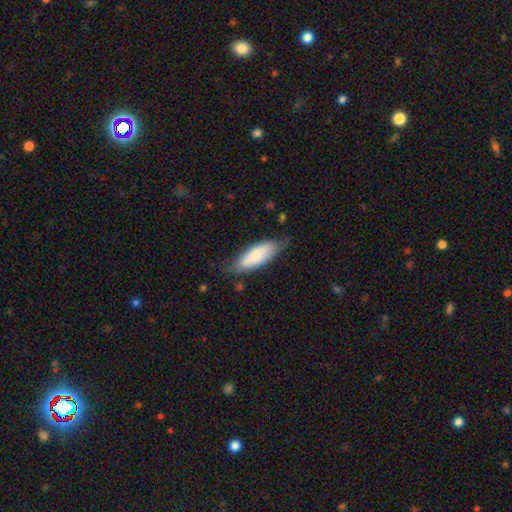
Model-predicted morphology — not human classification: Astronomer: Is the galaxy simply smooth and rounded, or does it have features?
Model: smooth — 72%.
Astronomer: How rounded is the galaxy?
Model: in between — 66%.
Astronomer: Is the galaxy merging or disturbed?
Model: none — 64%.